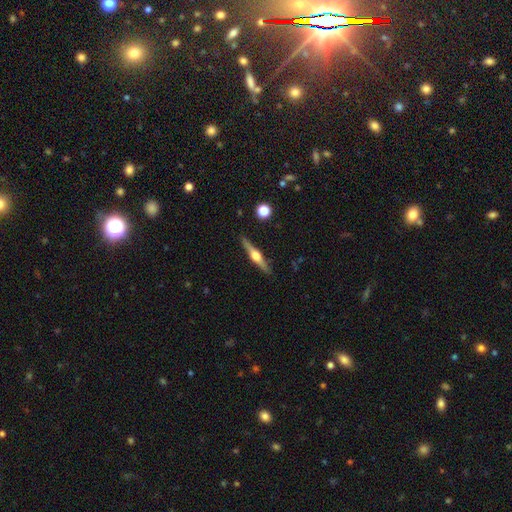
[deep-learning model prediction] This appears to be a featured or disk galaxy (76%) viewed edge-on (98%) with a rounded central bulge (93%). Merging: none (90%).